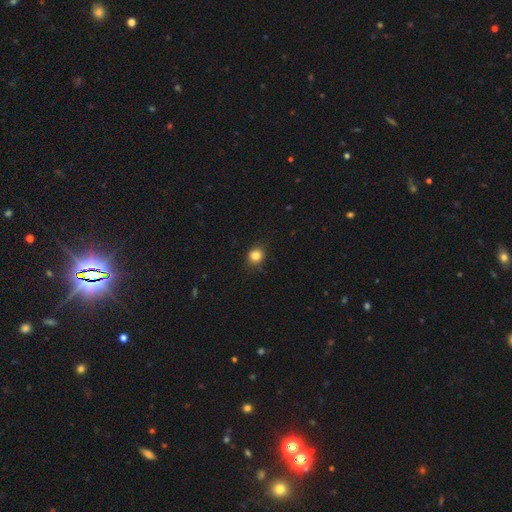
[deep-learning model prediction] A smooth galaxy with no disk features (83%) that is round (76%). Merging: none (82%).